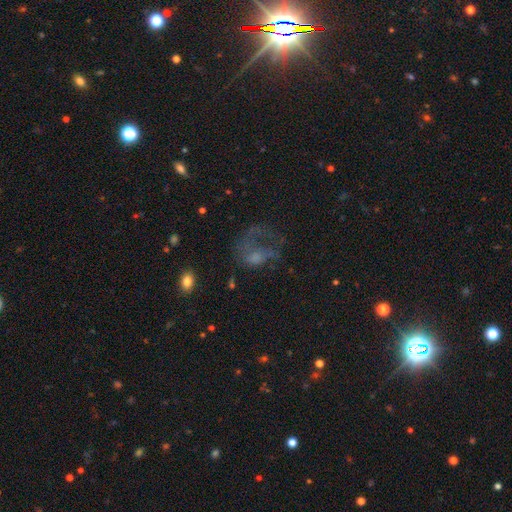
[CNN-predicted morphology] Smooth or featured?
  - featured or disk: 48% *
  - smooth: 34%
  - star or artifact: 18%
Merging?
  - major disturbance: 56% *
  - none: 27%
  - minor disturbance: 14%
  - merger: 3%